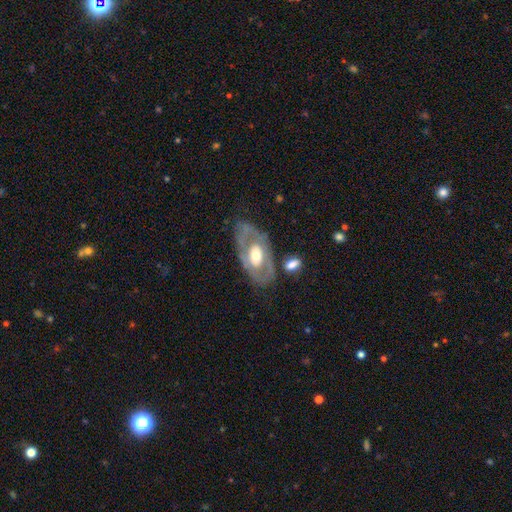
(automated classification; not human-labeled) featured or disk 70%, smooth 24%, star or artifact 5%. Down the decision tree: edge-on disk — no (91%); bar — no (66%); spiral arms — no (53%); bulge size — moderate (65%); merging — none (64%).